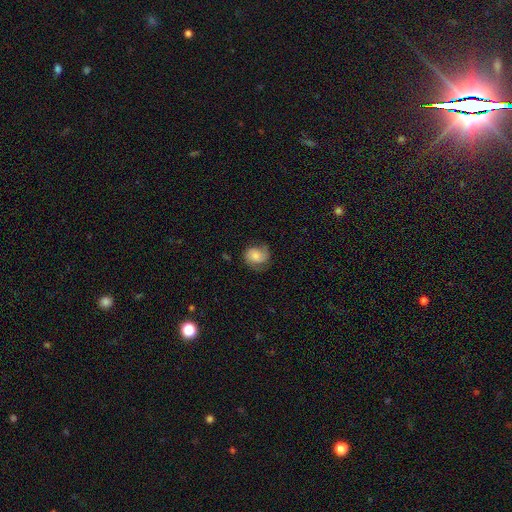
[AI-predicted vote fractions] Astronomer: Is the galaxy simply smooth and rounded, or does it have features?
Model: smooth — 48% (runner-up: featured or disk, 43%).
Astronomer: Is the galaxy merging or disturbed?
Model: none — 63%.